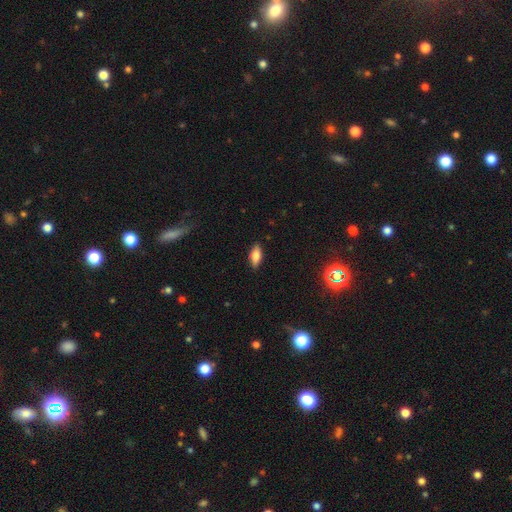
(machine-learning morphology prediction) smooth 78%, featured or disk 14%, star or artifact 8%. Down the decision tree: how rounded — in between (81%); merging — none (87%).